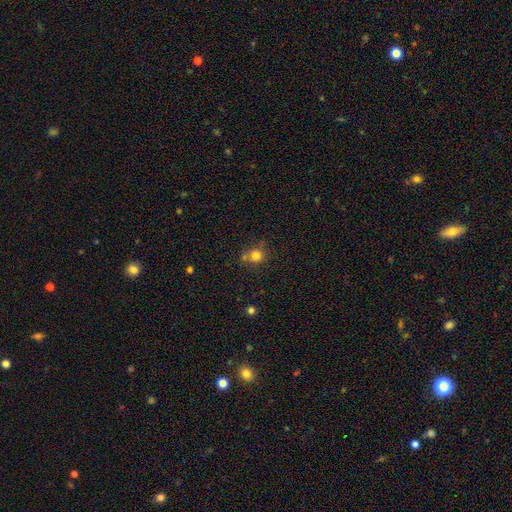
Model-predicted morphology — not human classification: This is likely a smooth galaxy (79%). How rounded: clearly round (87%). Merging: likely none (66%).